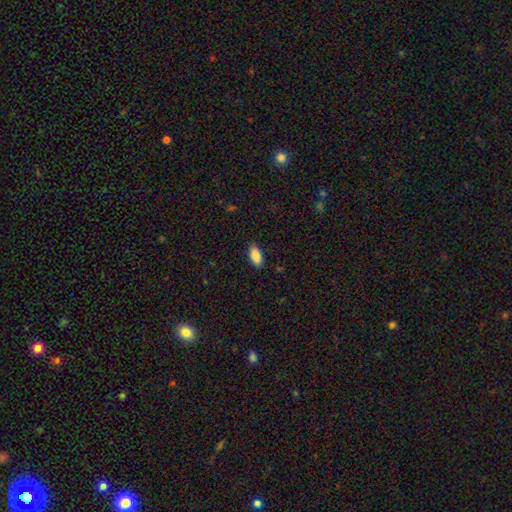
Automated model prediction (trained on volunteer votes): Morphology: type=smooth (90%); roundness=in between (90%); merging=none (87%).